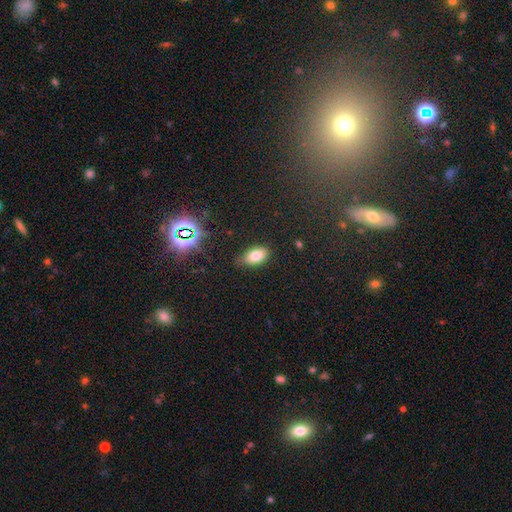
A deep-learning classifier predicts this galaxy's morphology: A smooth galaxy with no disk features (79%) that is in between round and cigar-shaped (91%).

Vote fractions:
- Smooth or featured? smooth: 79% / star or artifact: 12% / featured or disk: 9%
- How rounded? in between: 91% / round: 7% / cigar-shaped: 2%
- Merging? none: 80% / minor disturbance: 16% / major disturbance: 3% / merger: 2%